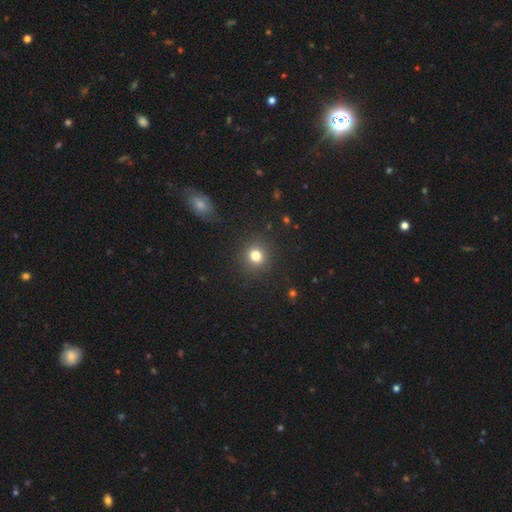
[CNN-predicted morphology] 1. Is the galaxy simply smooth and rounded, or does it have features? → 80% smooth, 14% star or artifact, 6% featured or disk.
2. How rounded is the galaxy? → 89% round, 10% in between, 1% cigar-shaped.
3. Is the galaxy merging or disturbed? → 90% none, 6% minor disturbance, 3% major disturbance, 1% merger.